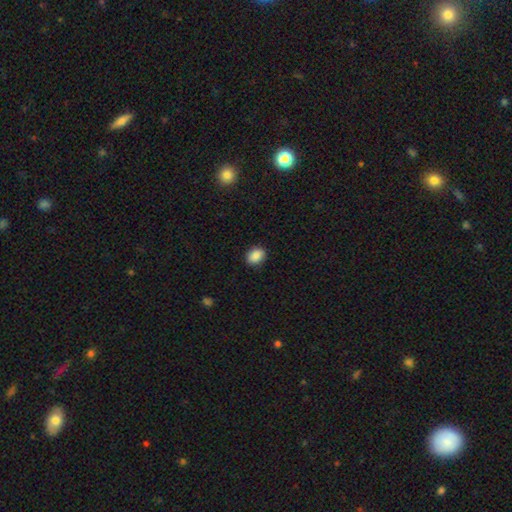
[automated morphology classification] This is clearly a smooth galaxy (87%). How rounded: possibly in between (53%). Merging: clearly none (88%).